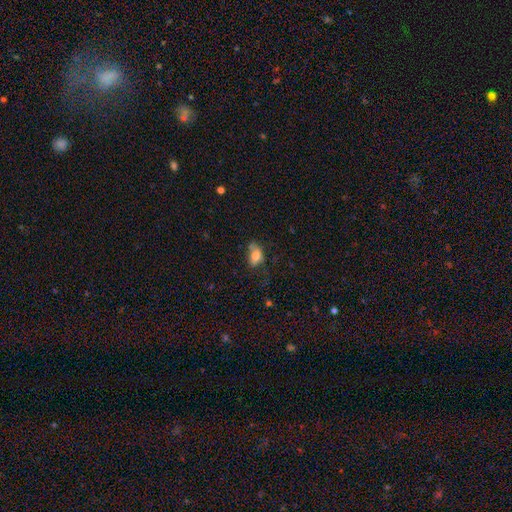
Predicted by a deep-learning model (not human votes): This appears to be a smooth galaxy with no disk features (73%) that is in between round and cigar-shaped (83%). Merging: none (36%).